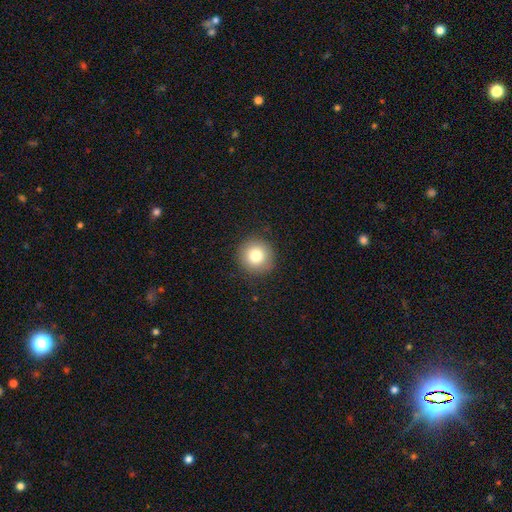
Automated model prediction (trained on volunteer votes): smooth 80%, star or artifact 10%, featured or disk 10%. Down the decision tree: how rounded — round (94%); merging — none (90%).